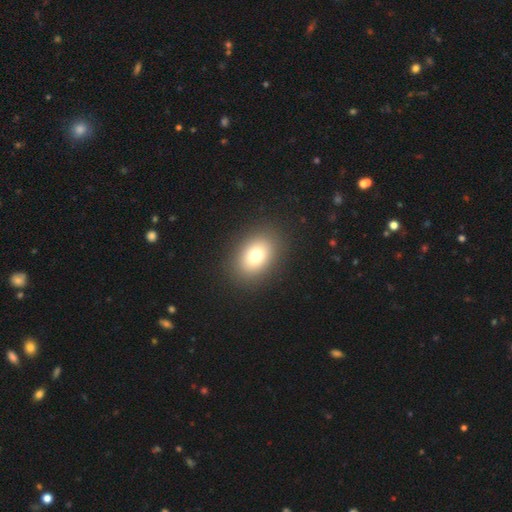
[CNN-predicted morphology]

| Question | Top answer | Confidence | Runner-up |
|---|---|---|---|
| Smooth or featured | smooth | 76% | featured or disk (12%) |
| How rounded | in between | 70% | round (29%) |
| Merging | none | 89% | minor disturbance (7%) |